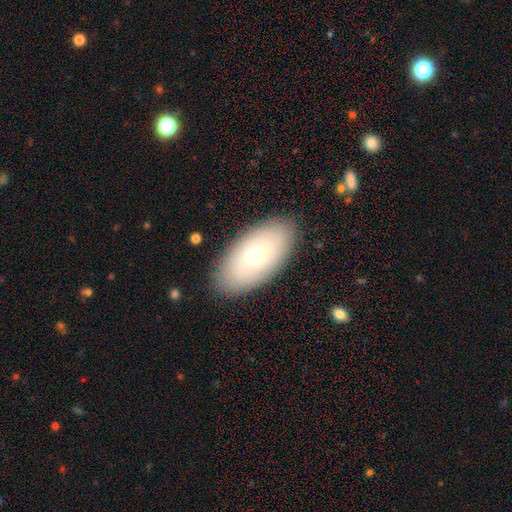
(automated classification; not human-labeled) A smooth galaxy with no disk features (54%) that is in between round and cigar-shaped (93%). Merging: none (87%).